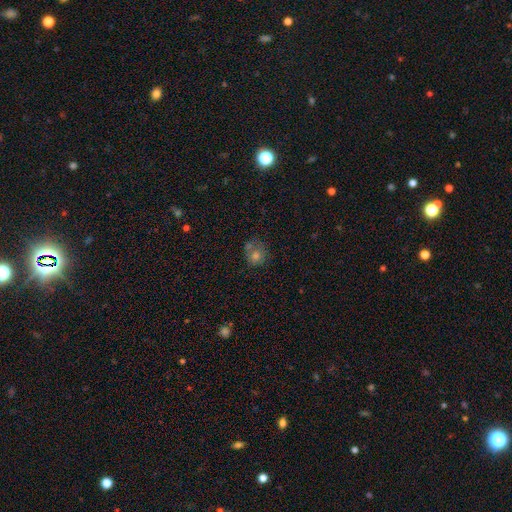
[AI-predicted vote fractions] The model was most divided on "merging": none: 51%, minor disturbance: 20%, merger: 19%, major disturbance: 10%. More confident: how rounded — round (78%); smooth or featured — smooth (63%).